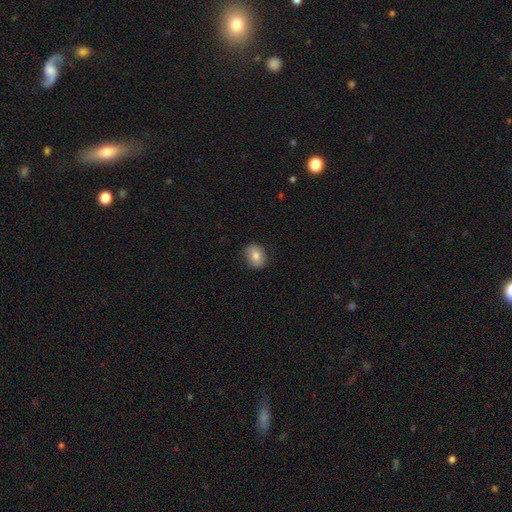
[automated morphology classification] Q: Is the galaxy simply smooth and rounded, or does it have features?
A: smooth — 80%.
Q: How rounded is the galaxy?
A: in between — 52%.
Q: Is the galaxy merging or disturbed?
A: none — 85%.